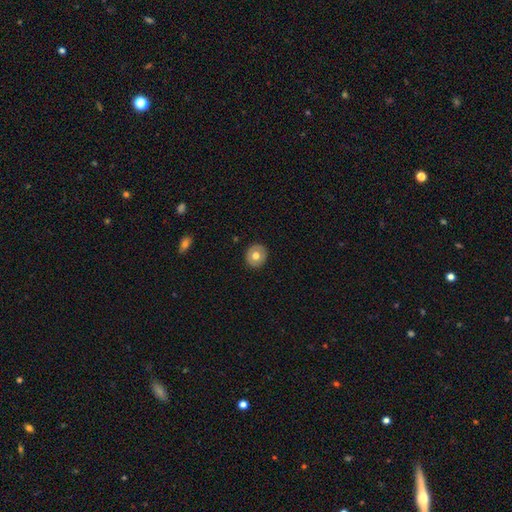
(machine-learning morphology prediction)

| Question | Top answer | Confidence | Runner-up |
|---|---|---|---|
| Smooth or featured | smooth | 66% | featured or disk (26%) |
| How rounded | round | 89% | in between (10%) |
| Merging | none | 91% | minor disturbance (6%) |